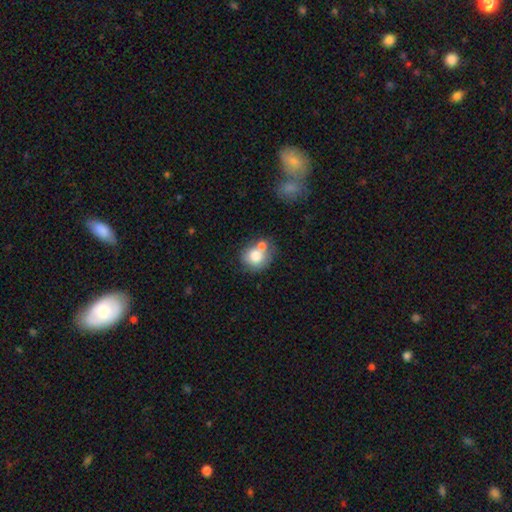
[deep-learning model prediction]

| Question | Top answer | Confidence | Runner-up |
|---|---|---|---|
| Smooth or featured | smooth | 77% | featured or disk (15%) |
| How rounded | round | 76% | in between (23%) |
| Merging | none | 45% | merger (37%) |